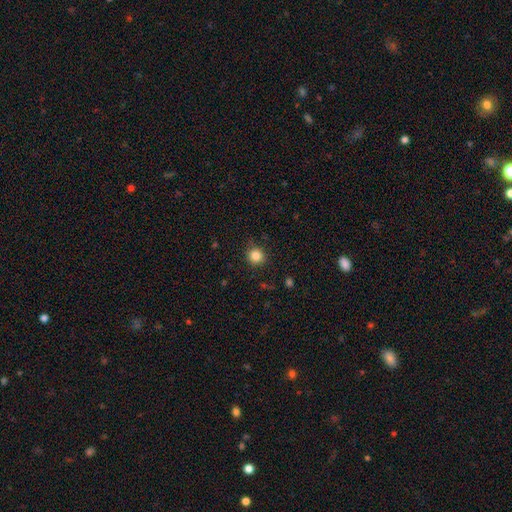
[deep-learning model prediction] Smooth or featured: smooth — 85% (star or artifact — 11%)
How rounded: round — 93% (in between — 6%)
Merging: none — 89% (minor disturbance — 8%)